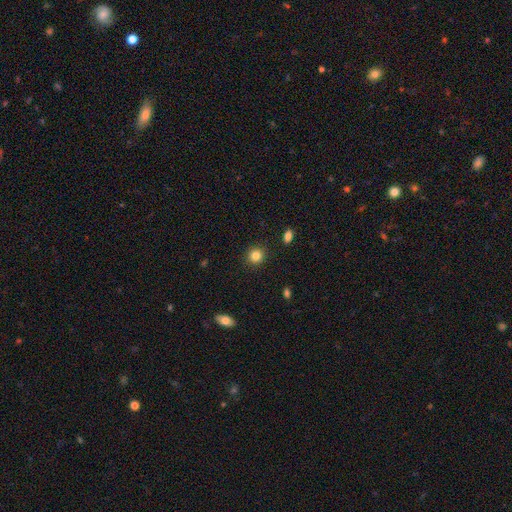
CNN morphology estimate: Smooth or featured?
  - smooth: 84% *
  - star or artifact: 11%
  - featured or disk: 6%
How rounded?
  - round: 90% *
  - in between: 9%
  - cigar-shaped: 1%
Merging?
  - none: 91% *
  - minor disturbance: 5%
  - major disturbance: 2%
  - merger: 1%